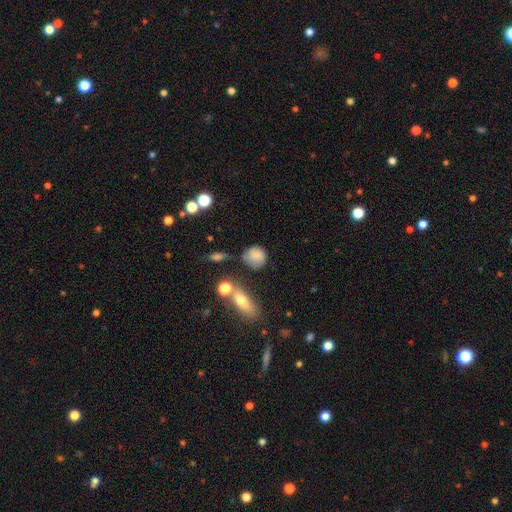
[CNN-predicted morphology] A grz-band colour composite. It shows a smooth galaxy with no disk features (78%) that is round (78%). Merging: none (53%).